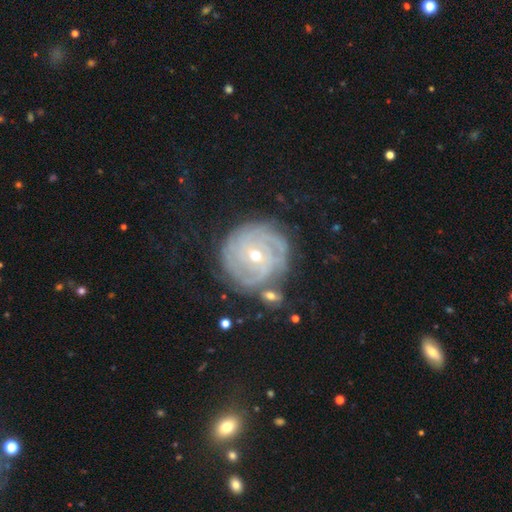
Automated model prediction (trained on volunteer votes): smooth_or_featured: featured or disk (p=0.84) [alt: smooth p=0.09]
disk_edge_on: no (p=0.97) [alt: yes p=0.03]
bar: no (p=0.65) [alt: weak p=0.28]
has_spiral_arms: yes (p=0.96) [alt: no p=0.04]
spiral_winding: tight (p=0.82) [alt: medium p=0.15]
spiral_arm_count: can't tell (p=0.31) [alt: 4 p=0.21]
bulge_size: small (p=0.57) [alt: moderate p=0.40]
merging: none (p=0.76) [alt: minor disturbance p=0.14]